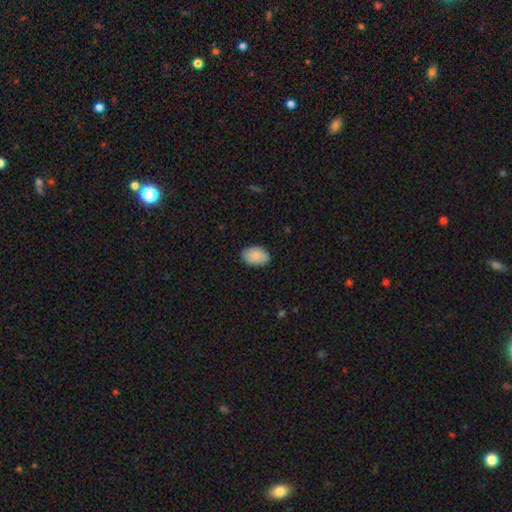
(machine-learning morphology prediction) This appears to be a smooth galaxy with no disk features (88%) that is in between round and cigar-shaped (86%). Merging: none (86%).